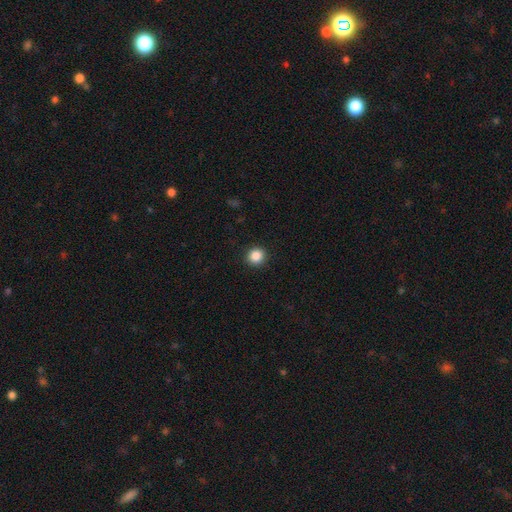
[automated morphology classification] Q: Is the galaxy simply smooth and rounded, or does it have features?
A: smooth — 87%.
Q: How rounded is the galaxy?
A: round — 91%.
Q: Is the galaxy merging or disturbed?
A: none — 92%.